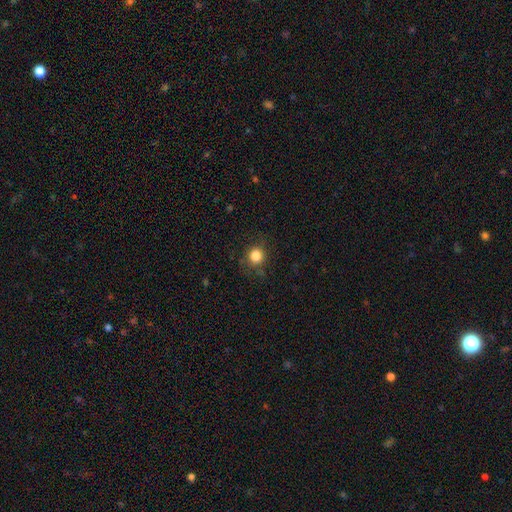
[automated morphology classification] Smooth or featured: smooth — 83% (star or artifact — 12%)
How rounded: round — 90% (in between — 9%)
Merging: none — 84% (minor disturbance — 11%)